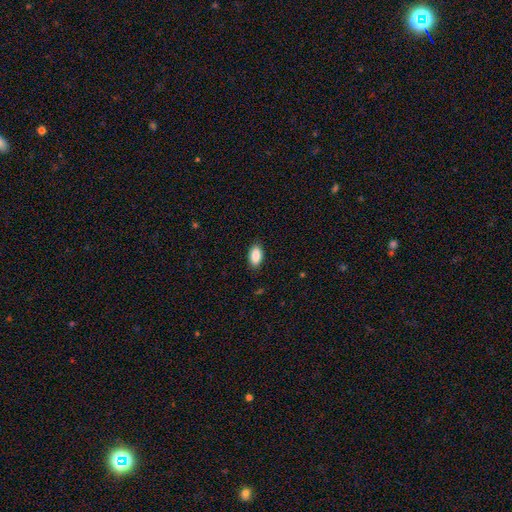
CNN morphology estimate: A smooth galaxy with no disk features (89%) that is in between round and cigar-shaped (94%).

Vote fractions:
- Smooth or featured? smooth: 89% / star or artifact: 7% / featured or disk: 4%
- How rounded? in between: 94% / round: 4% / cigar-shaped: 2%
- Merging? none: 88% / minor disturbance: 9% / major disturbance: 2% / merger: 1%